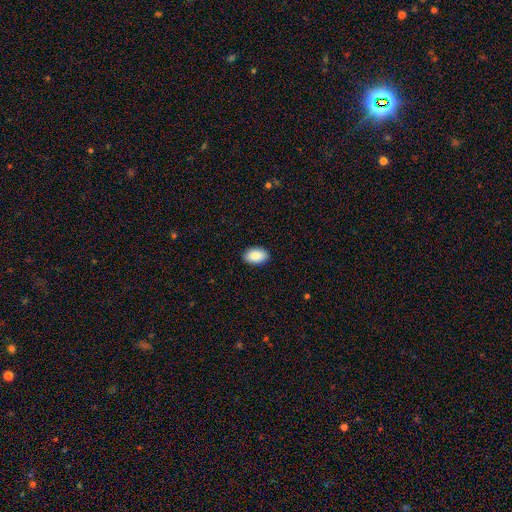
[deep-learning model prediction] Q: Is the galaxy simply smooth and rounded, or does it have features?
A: smooth — 90%.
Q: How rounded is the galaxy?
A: in between — 92%.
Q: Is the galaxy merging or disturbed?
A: none — 90%.